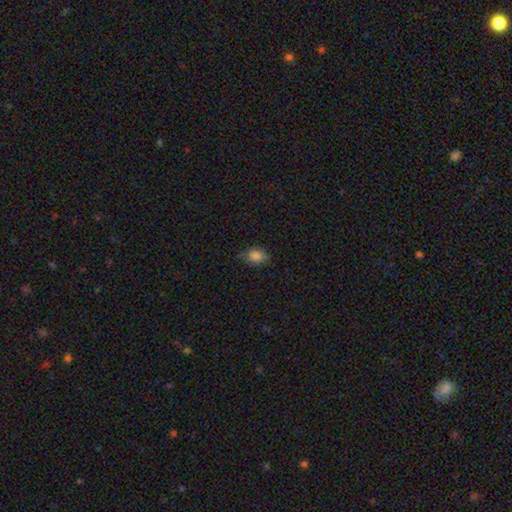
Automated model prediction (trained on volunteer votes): A smooth galaxy with no disk features (82%) that is in between round and cigar-shaped (76%). Merging: none (69%).